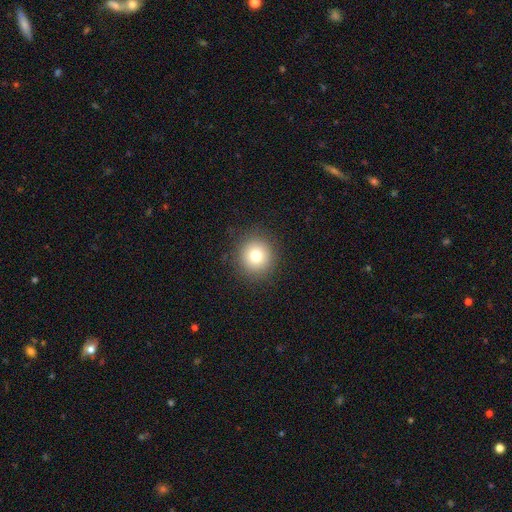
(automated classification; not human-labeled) Smooth or featured? Predicted: smooth (p=0.78). How rounded? Predicted: round (p=0.93). Merging? Predicted: none (p=0.90).